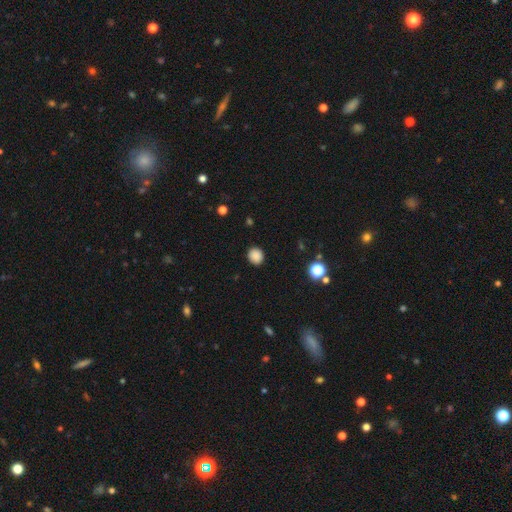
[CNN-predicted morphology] A smooth galaxy with no disk features (86%) that is round (79%).

Vote fractions:
- Smooth or featured? smooth: 86% / star or artifact: 11% / featured or disk: 3%
- How rounded? round: 79% / in between: 20% / cigar-shaped: 1%
- Merging? none: 90% / minor disturbance: 7% / major disturbance: 2% / merger: 1%